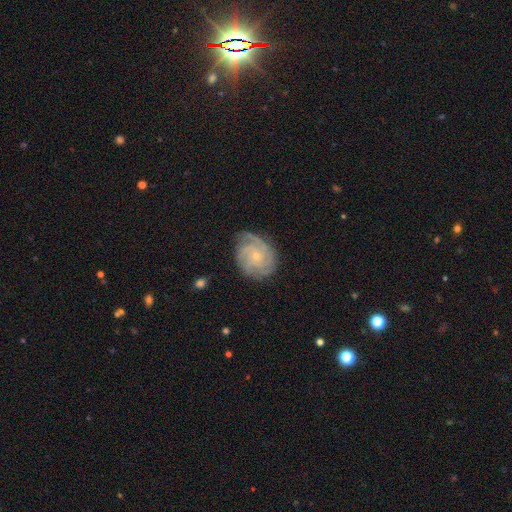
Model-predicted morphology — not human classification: Smooth or featured? featured or disk (84%)
Edge-on disk? no (98%)
Bar? no (78%)
Spiral arms? yes (97%)
Spiral winding? tight (71%)
Spiral arm count? 3 (29%)
Bulge size? small (80%)
Merging? none (75%)